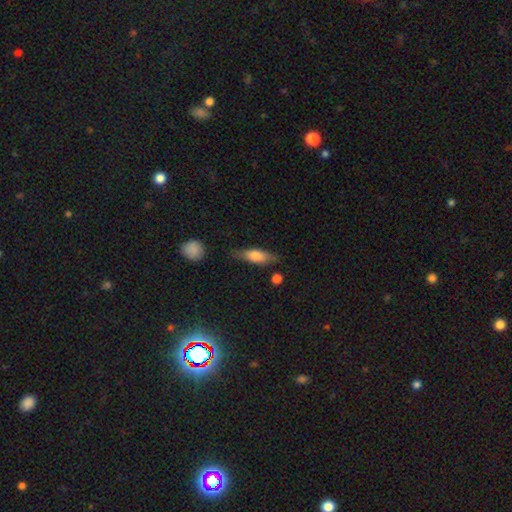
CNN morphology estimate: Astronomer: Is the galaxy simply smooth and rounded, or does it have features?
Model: smooth — 64%.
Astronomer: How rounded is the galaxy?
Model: in between — 53% (runner-up: cigar-shaped, 44%).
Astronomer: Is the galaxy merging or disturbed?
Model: none — 73%.